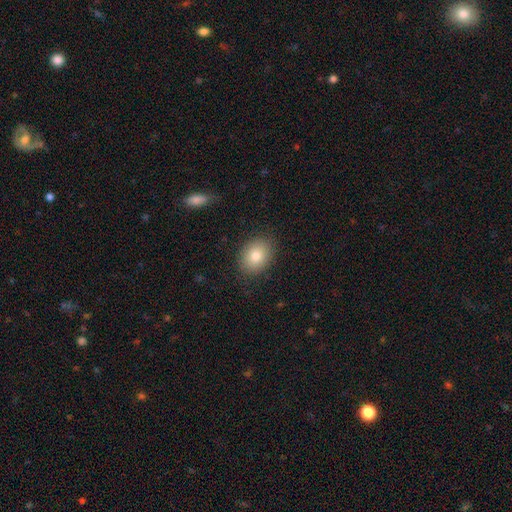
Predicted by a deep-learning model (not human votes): Morphology: type=smooth (81%); roundness=in between (62%); merging=none (86%).